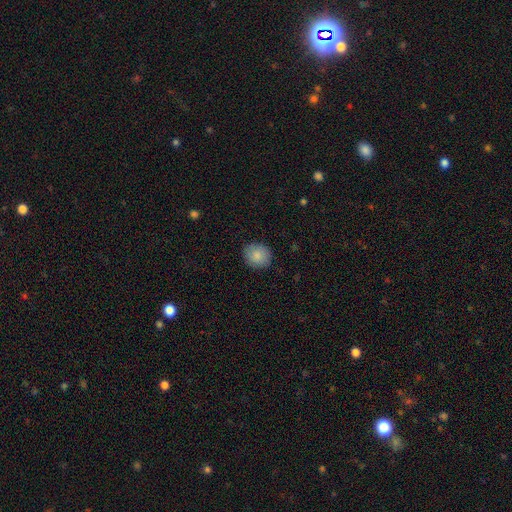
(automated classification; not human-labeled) The model was most divided on "how rounded": round: 79%, in between: 20%, cigar-shaped: 1%. More confident: merging — none (87%); smooth or featured — smooth (87%).